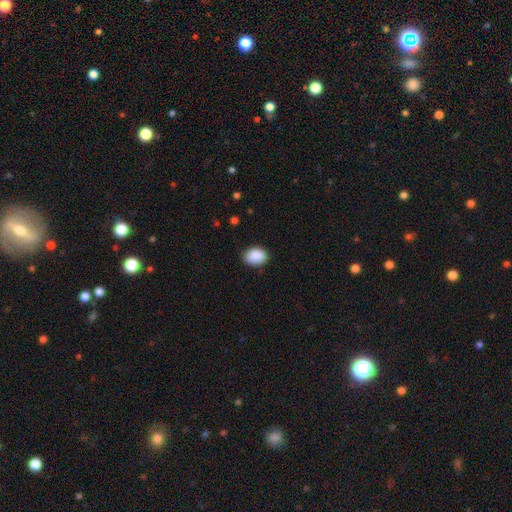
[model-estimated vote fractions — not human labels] Q: Smooth or featured?
A: smooth (90%); runner-up: star or artifact (7%)
Q: How rounded?
A: in between (75%); runner-up: round (24%)
Q: Merging?
A: none (83%); runner-up: minor disturbance (14%)